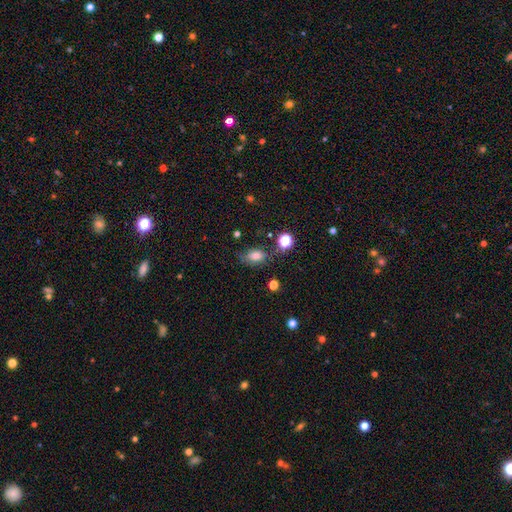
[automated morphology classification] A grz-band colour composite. It shows a smooth galaxy with no disk features (74%) that is in between round and cigar-shaped (77%). Merging: none (63%).